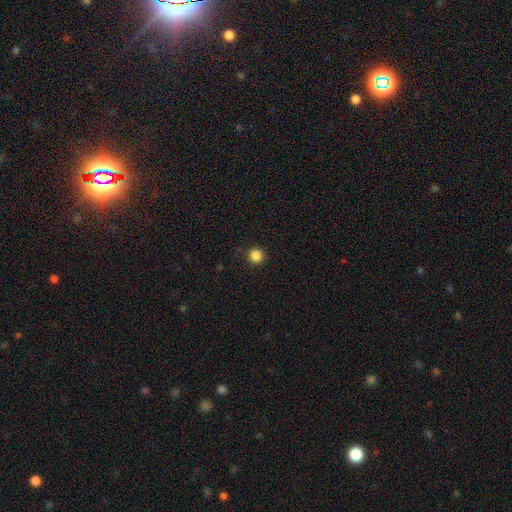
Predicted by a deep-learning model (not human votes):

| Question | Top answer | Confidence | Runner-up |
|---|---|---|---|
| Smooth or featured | smooth | 86% | star or artifact (12%) |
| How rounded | round | 96% | in between (3%) |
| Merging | none | 92% | minor disturbance (5%) |